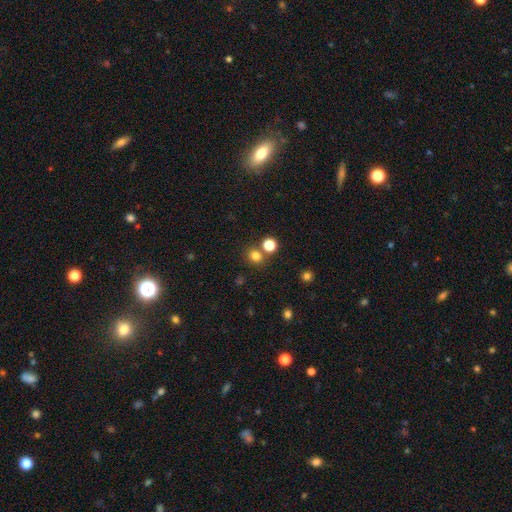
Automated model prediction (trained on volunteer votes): A smooth galaxy with no disk features (78%) that is round (81%).

Vote fractions:
- Smooth or featured? smooth: 78% / star or artifact: 17% / featured or disk: 5%
- How rounded? round: 81% / in between: 18% / cigar-shaped: 1%
- Merging? none: 71% / merger: 18% / minor disturbance: 8% / major disturbance: 3%